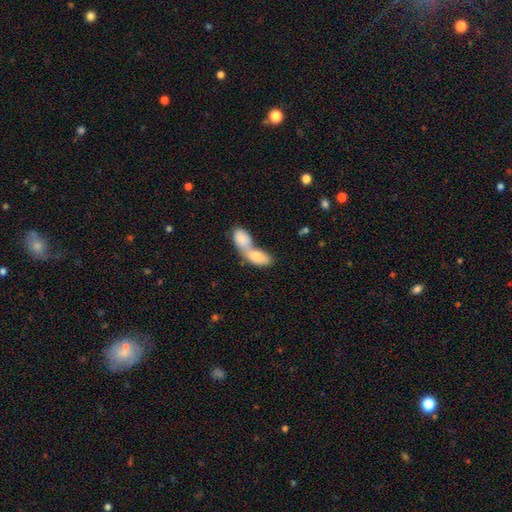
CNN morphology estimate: The model was most divided on "smooth or featured": smooth: 74%, featured or disk: 18%, star or artifact: 8%. More confident: how rounded — in between (82%); merging — merger (81%).